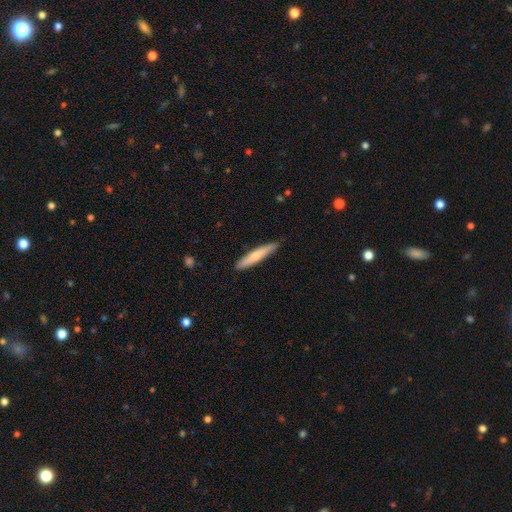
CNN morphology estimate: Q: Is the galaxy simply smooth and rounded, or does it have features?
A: smooth — 66%.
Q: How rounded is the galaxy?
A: cigar-shaped — 92%.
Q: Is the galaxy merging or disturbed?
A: none — 88%.